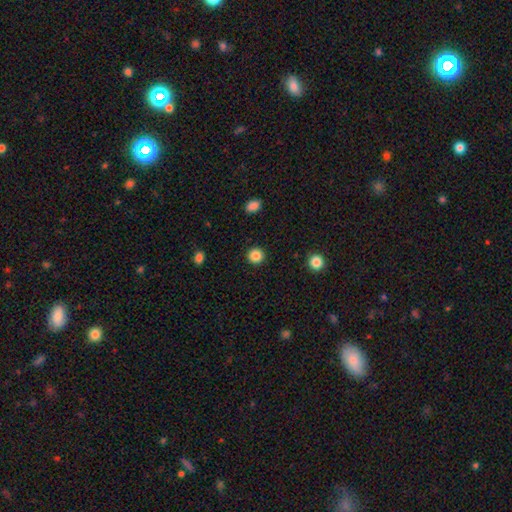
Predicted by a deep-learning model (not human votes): smooth_or_featured: smooth (p=0.87) [alt: star or artifact p=0.10]
how_rounded: round (p=0.94) [alt: in between p=0.05]
merging: none (p=0.93) [alt: minor disturbance p=0.04]